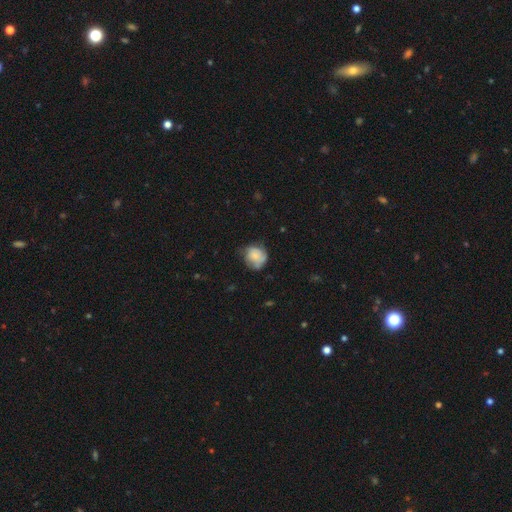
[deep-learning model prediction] This is possibly a smooth galaxy (57%). How rounded: likely round (74%). Merging: possibly none (53%).